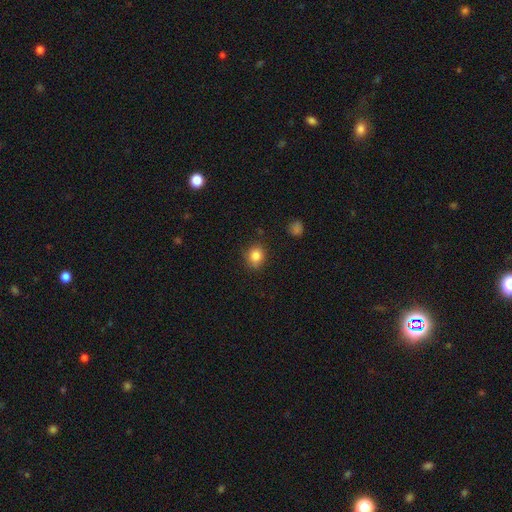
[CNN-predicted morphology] Smooth or featured?
  - smooth: 84% *
  - star or artifact: 10%
  - featured or disk: 6%
How rounded?
  - round: 72% *
  - in between: 27%
  - cigar-shaped: 1%
Merging?
  - none: 84% *
  - minor disturbance: 12%
  - major disturbance: 3%
  - merger: 2%